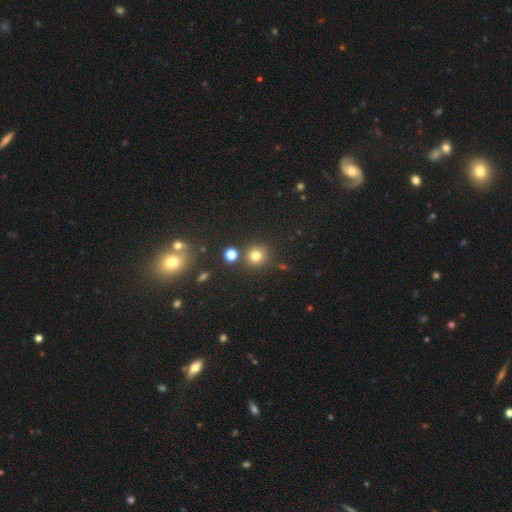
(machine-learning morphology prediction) The model was most divided on "smooth or featured": smooth: 74%, star or artifact: 18%, featured or disk: 7%. More confident: how rounded — round (91%); merging — none (80%).